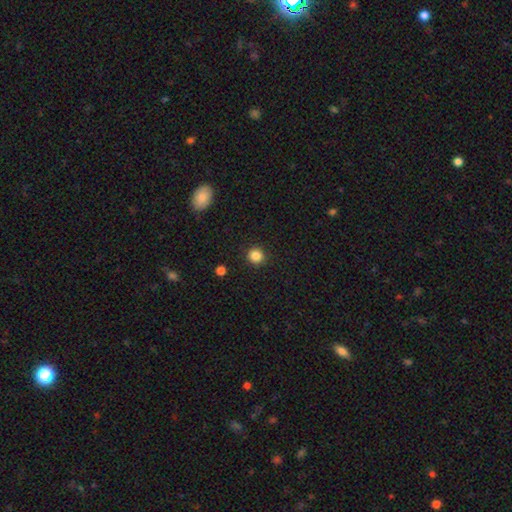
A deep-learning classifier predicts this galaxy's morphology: Smooth or featured? Predicted: smooth (p=0.85). How rounded? Predicted: round (p=0.92). Merging? Predicted: none (p=0.91).